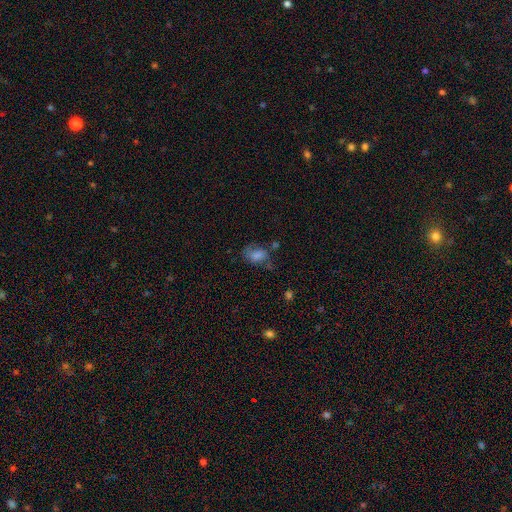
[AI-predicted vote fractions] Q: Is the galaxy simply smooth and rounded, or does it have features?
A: smooth — 68%.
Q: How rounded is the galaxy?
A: in between — 74%.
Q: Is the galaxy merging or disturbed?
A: none — 49%.